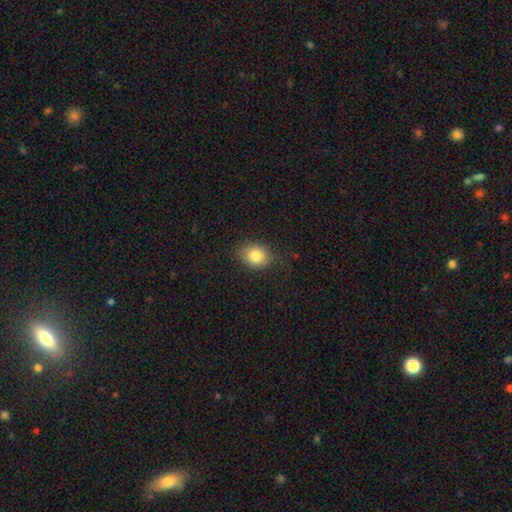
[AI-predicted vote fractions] Overall: smooth (83%). How rounded: in between (56%; round 43%). Merging: none (82%).